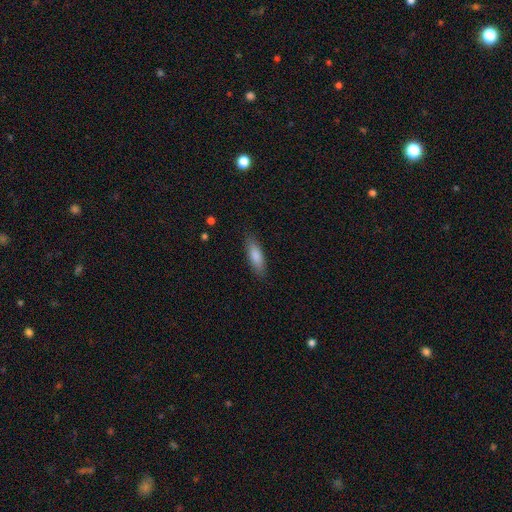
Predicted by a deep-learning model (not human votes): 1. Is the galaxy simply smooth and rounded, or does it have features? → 84% smooth, 10% featured or disk, 6% star or artifact.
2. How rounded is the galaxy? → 59% in between, 39% cigar-shaped, 2% round.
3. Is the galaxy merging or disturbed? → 85% none, 11% minor disturbance, 3% major disturbance, 1% merger.